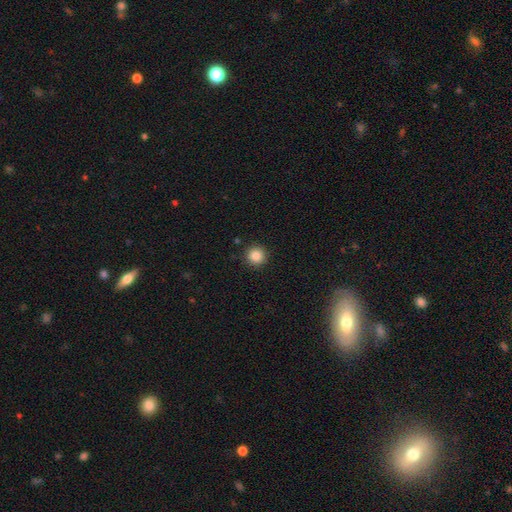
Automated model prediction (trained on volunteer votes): This is clearly a smooth galaxy (86%). How rounded: clearly round (95%). Merging: clearly none (92%).